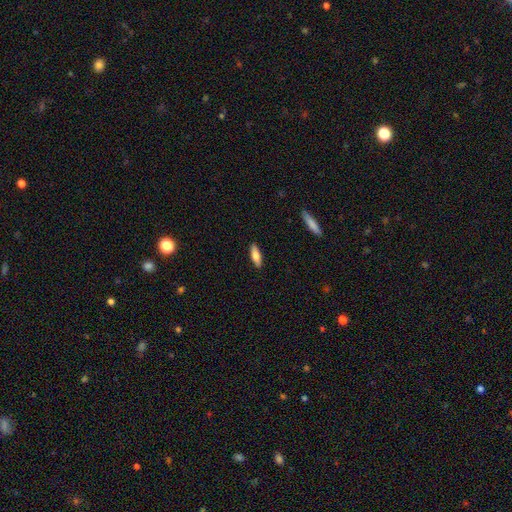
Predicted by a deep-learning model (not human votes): smooth-or-featured: smooth: 70% | featured or disk: 24% | star or artifact: 6%
  how-rounded: in between: 51% | cigar-shaped: 47% | round: 2%
  merging: none: 89% | minor disturbance: 8% | major disturbance: 2% | merger: 1%